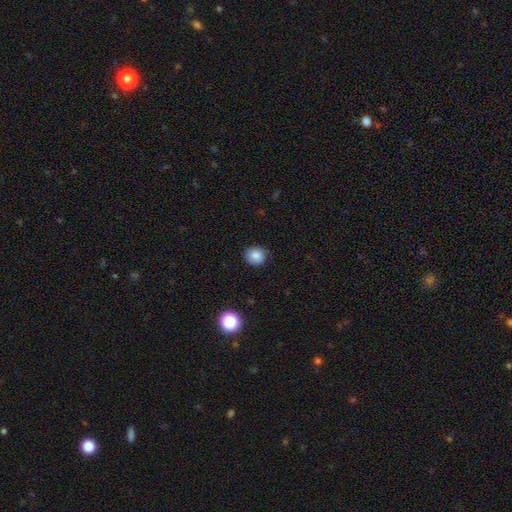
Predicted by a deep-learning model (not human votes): Morphology: type=smooth (83%); roundness=round (83%); merging=none (84%).